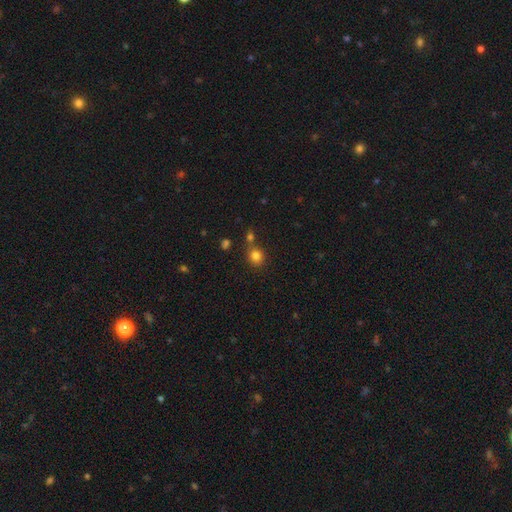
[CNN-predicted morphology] This appears to be a smooth galaxy with no disk features (81%) that is round (81%). Merging: none (66%).